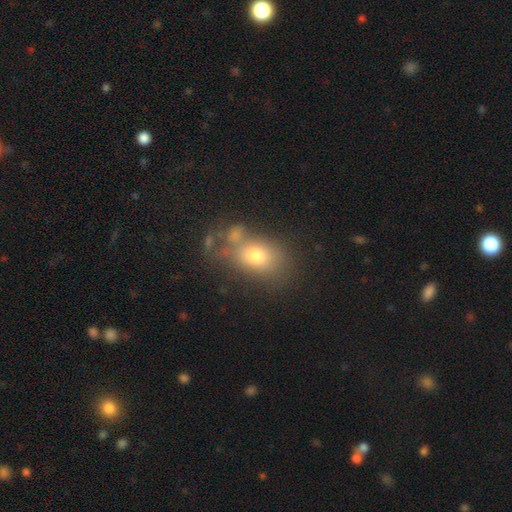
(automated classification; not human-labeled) Q: Smooth or featured?
A: smooth (70%); runner-up: featured or disk (17%)
Q: How rounded?
A: in between (70%); runner-up: round (28%)
Q: Merging?
A: none (47%); runner-up: merger (21%)